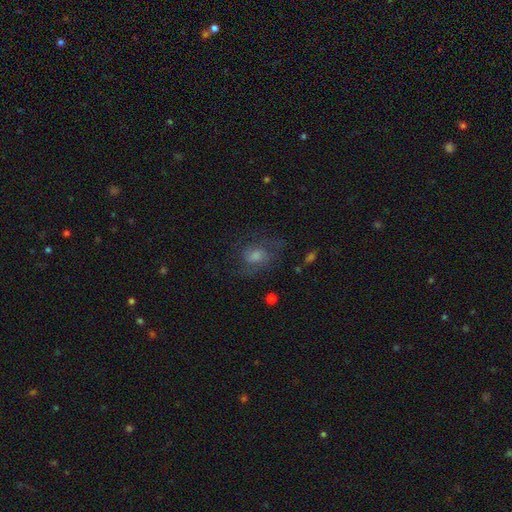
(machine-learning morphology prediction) Smooth or featured? featured or disk (56%)
Edge-on disk? no (97%)
Bar? no (64%)
Spiral arms? yes (86%)
Bulge size? moderate (44%)
Merging? none (67%)